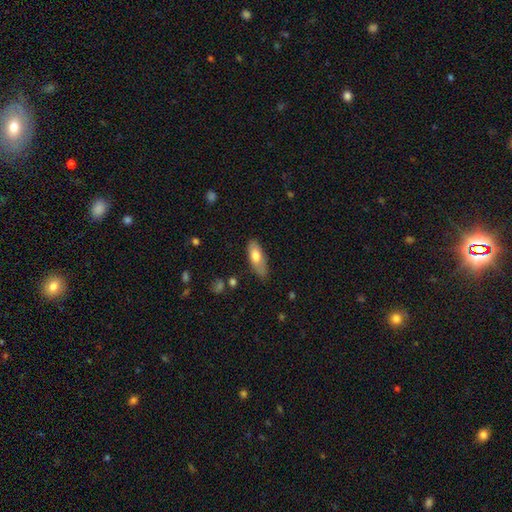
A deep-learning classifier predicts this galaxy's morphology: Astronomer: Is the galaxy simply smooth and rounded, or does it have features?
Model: smooth — 70%.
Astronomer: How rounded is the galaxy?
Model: in between — 73%.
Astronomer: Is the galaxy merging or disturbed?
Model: none — 68%.